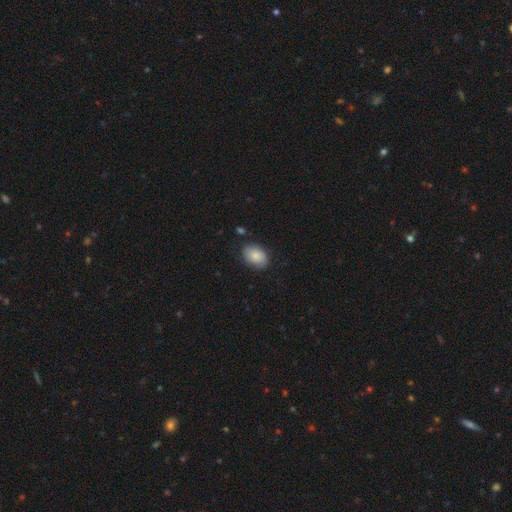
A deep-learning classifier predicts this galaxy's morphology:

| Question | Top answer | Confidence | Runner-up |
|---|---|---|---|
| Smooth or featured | smooth | 84% | featured or disk (9%) |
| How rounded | in between | 79% | round (20%) |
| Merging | none | 81% | minor disturbance (14%) |